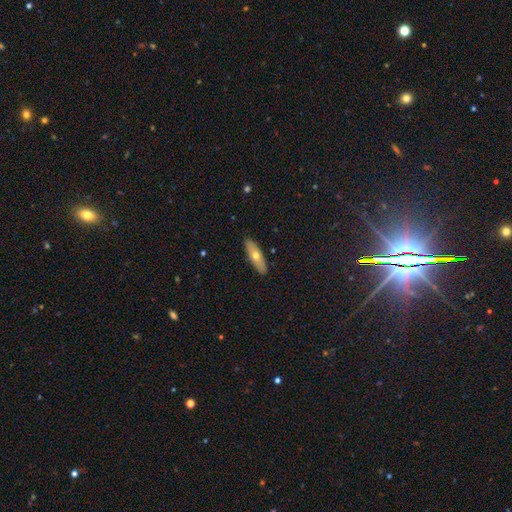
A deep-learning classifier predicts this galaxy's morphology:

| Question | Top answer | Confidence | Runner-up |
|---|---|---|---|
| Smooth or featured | smooth | 56% | featured or disk (38%) |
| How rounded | in between | 49% | cigar-shaped (48%) |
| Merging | none | 89% | minor disturbance (8%) |